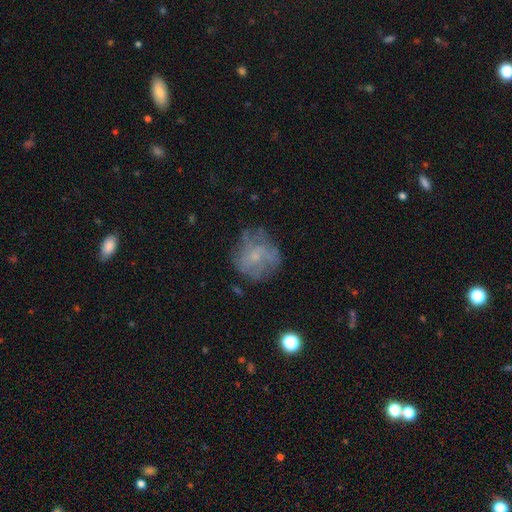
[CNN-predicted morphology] A featured or disk galaxy (57%) with no bar (79%), spiral arms (59%) and a small central bulge (64%).

Vote fractions:
- Smooth or featured? featured or disk: 57% / smooth: 32% / star or artifact: 11%
- Edge-on disk? no: 98% / yes: 2%
- Bar? no: 79% / weak: 18% / strong: 3%
- Spiral arms? yes: 59% / no: 41%
- Bulge size? small: 64% / moderate: 18% / none: 16% / large: 1% / dominant: 1%
- Merging? none: 61% / minor disturbance: 22% / major disturbance: 14% / merger: 2%